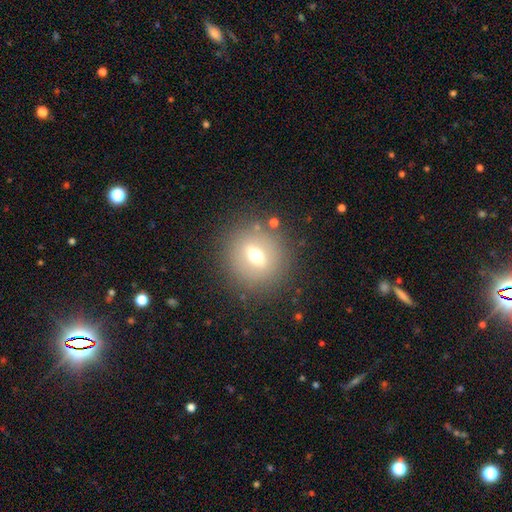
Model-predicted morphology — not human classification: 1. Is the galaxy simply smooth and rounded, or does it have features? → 50% smooth, 35% featured or disk, 15% star or artifact.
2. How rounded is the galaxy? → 86% round, 13% in between, 2% cigar-shaped.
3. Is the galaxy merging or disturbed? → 84% none, 9% minor disturbance, 5% major disturbance, 3% merger.